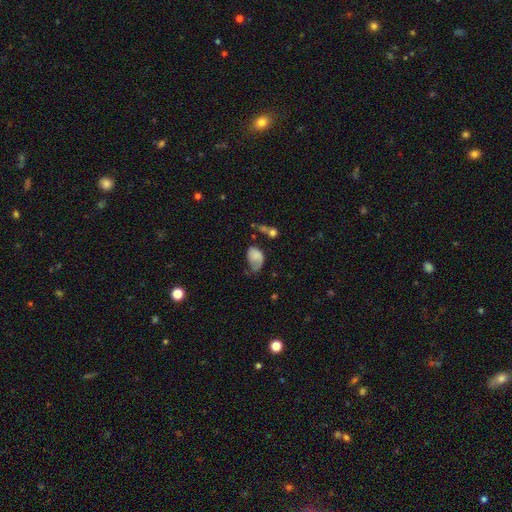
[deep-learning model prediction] Q: Smooth or featured?
A: smooth (65%); runner-up: featured or disk (26%)
Q: How rounded?
A: in between (84%); runner-up: round (15%)
Q: Merging?
A: major disturbance (33%); tied with: minor disturbance (33%)